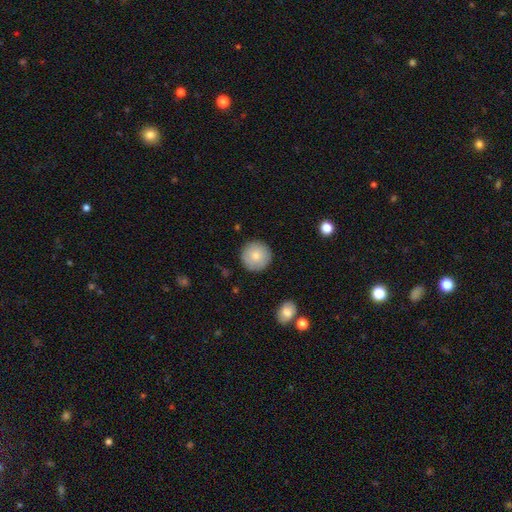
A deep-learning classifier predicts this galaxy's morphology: Smooth or featured? Predicted: smooth (p=0.81). How rounded? Predicted: round (p=0.96). Merging? Predicted: none (p=0.90).